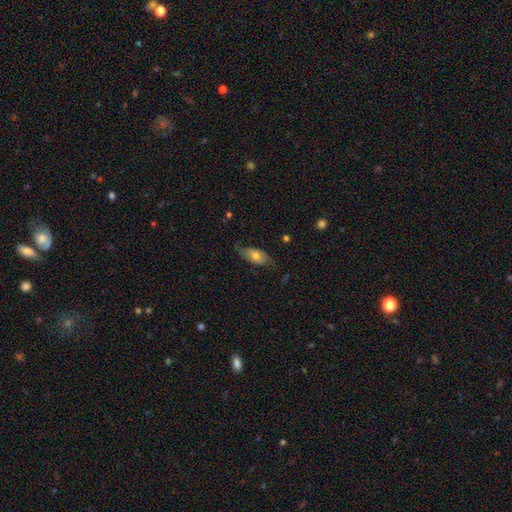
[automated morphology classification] smooth-or-featured: smooth: 59% | featured or disk: 35% | star or artifact: 6%
  how-rounded: in between: 89% | cigar-shaped: 8% | round: 4%
  merging: none: 68% | minor disturbance: 24% | major disturbance: 7% | merger: 1%